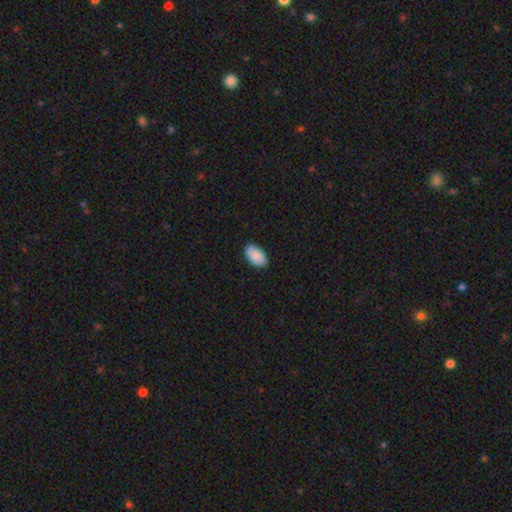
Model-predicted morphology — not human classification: A smooth galaxy with no disk features (89%) that is in between round and cigar-shaped (95%).

Vote fractions:
- Smooth or featured? smooth: 89% / star or artifact: 6% / featured or disk: 5%
- How rounded? in between: 95% / round: 4% / cigar-shaped: 1%
- Merging? none: 86% / minor disturbance: 11% / major disturbance: 2% / merger: 1%